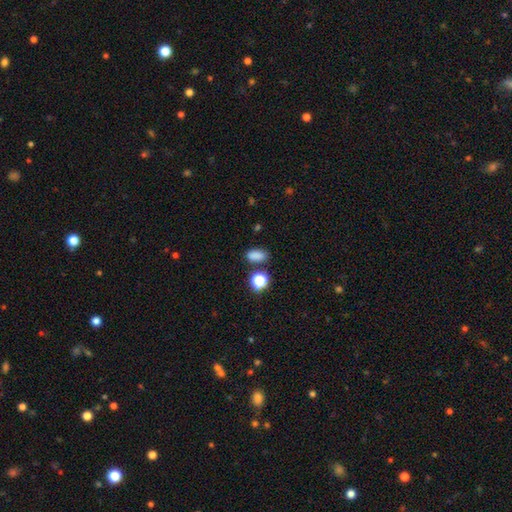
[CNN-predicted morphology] Smooth or featured? Predicted: smooth (p=0.82). How rounded? Predicted: in between (p=0.82). Merging? Predicted: none (p=0.76).